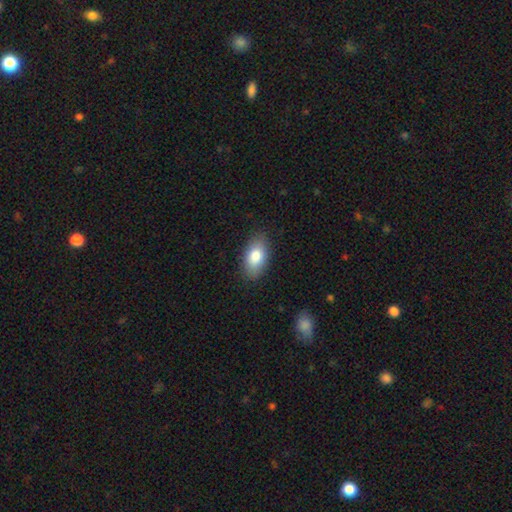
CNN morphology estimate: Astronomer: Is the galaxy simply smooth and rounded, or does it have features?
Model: smooth — 82%.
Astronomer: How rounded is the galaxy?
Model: in between — 92%.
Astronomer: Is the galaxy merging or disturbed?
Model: none — 86%.